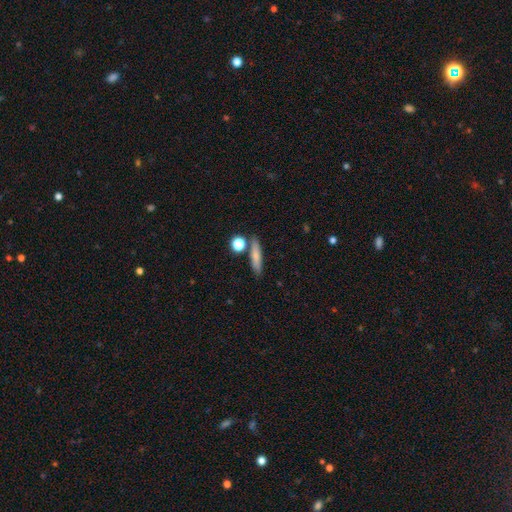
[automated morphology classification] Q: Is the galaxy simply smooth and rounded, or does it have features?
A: smooth — 75%.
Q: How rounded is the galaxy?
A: cigar-shaped — 74%.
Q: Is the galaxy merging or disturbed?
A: none — 76%.